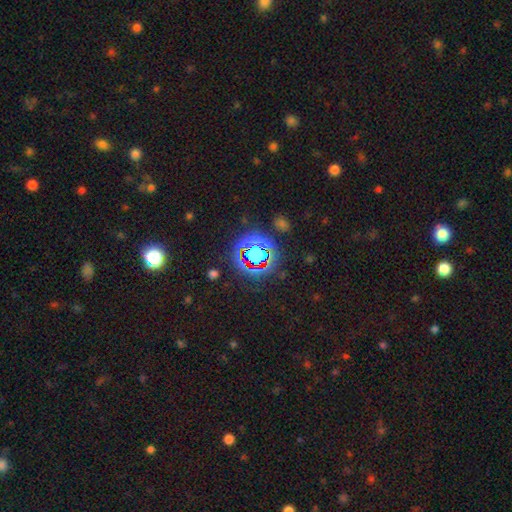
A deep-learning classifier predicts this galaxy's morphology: A star or artifact, not a galaxy (78%).

Vote fractions:
- Smooth or featured? star or artifact: 78% / smooth: 15% / featured or disk: 7%